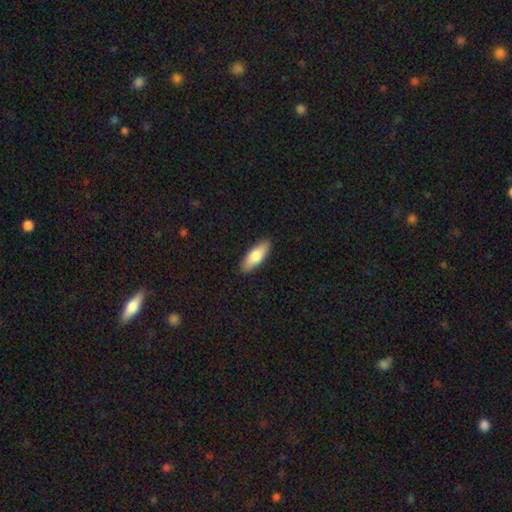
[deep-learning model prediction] Overall: smooth (78%). How rounded: in between (68%; cigar-shaped 30%). Merging: none (90%).